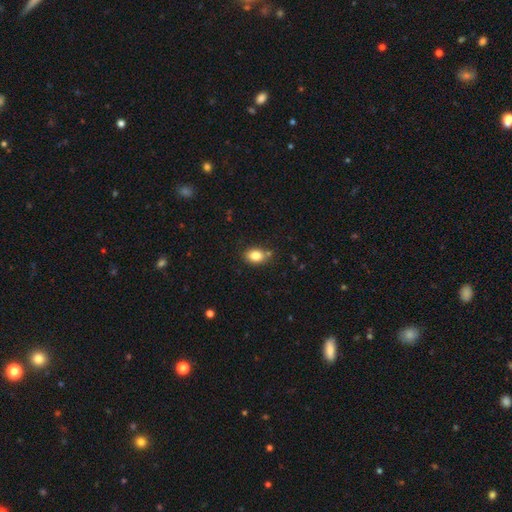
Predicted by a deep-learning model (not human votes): Smooth or featured? Predicted: smooth (p=0.83). How rounded? Predicted: in between (p=0.73). Merging? Predicted: none (p=0.77).